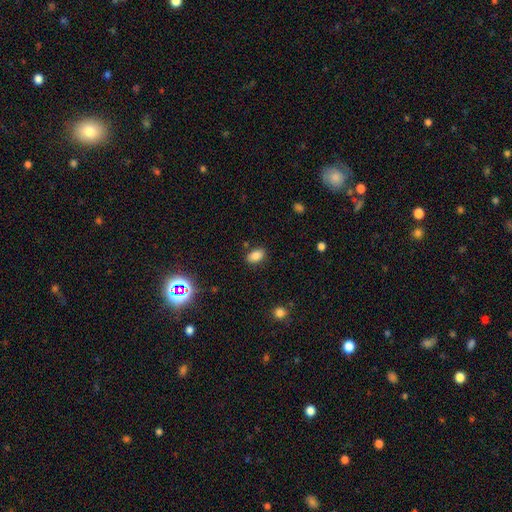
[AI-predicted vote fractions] Morphology: type=smooth (84%); roundness=in between (90%); merging=none (83%).